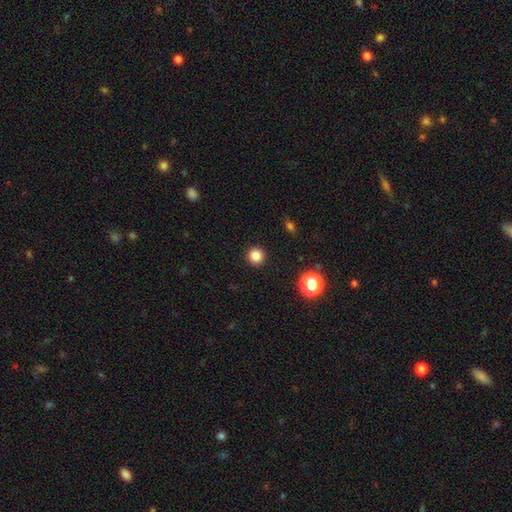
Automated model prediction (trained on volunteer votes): smooth 83%, star or artifact 13%, featured or disk 4%. Down the decision tree: how rounded — round (95%); merging — none (92%).